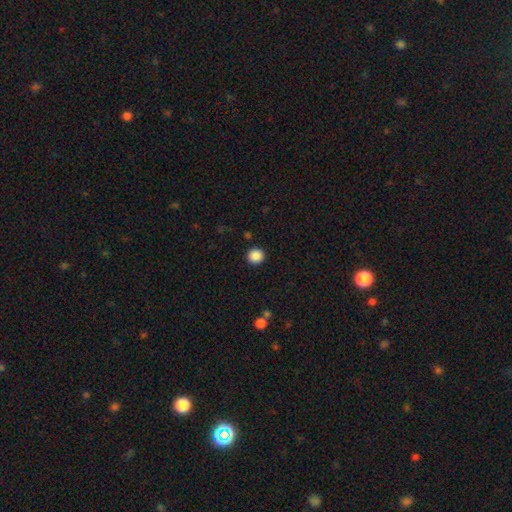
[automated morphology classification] Smooth or featured? Predicted: smooth (p=0.88). How rounded? Predicted: round (p=0.93). Merging? Predicted: none (p=0.92).